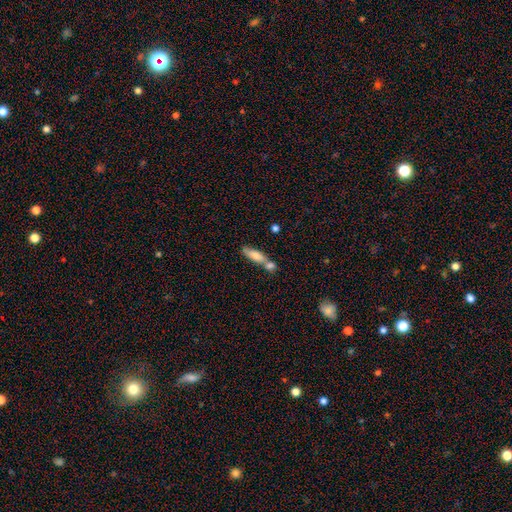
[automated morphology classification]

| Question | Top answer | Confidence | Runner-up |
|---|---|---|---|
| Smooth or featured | smooth | 73% | featured or disk (20%) |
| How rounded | cigar-shaped | 54% | in between (43%) |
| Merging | merger | 49% | none (35%) |